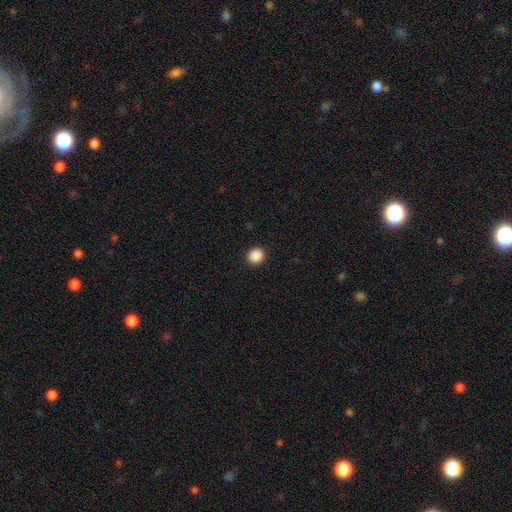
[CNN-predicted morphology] This appears to be a smooth galaxy with no disk features (89%) that is round (85%). Merging: none (92%).